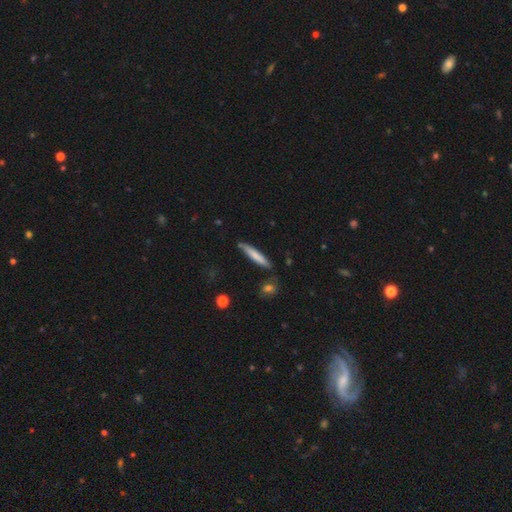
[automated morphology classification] Smooth or featured? Predicted: smooth (p=0.73). How rounded? Predicted: cigar-shaped (p=0.92). Merging? Predicted: none (p=0.82).